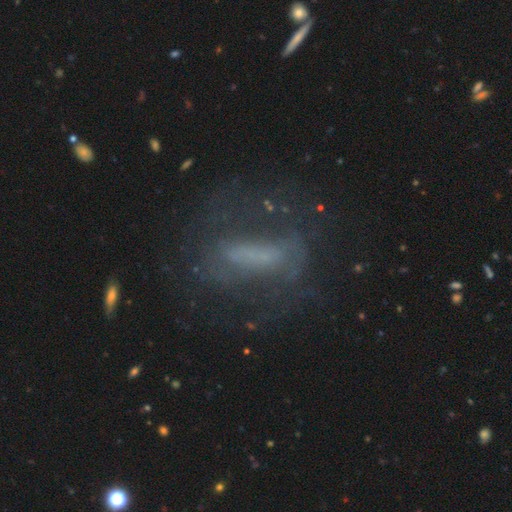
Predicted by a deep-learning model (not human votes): smooth-or-featured: featured or disk: 53% | smooth: 29% | star or artifact: 18%
  disk-edge-on: no: 76% | yes: 24%
  merging: none: 61% | major disturbance: 19% | minor disturbance: 18% | merger: 3%